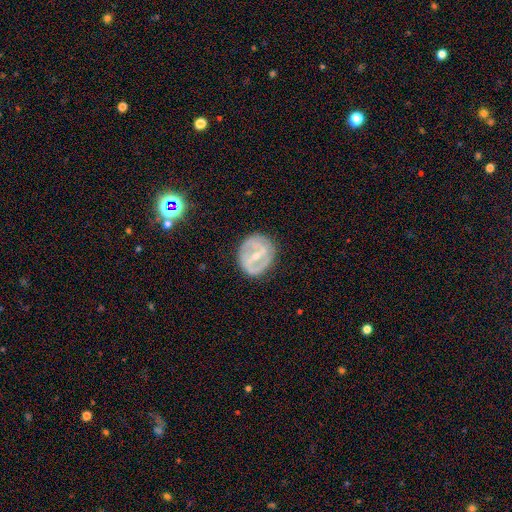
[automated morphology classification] type=featured or disk (77%); edge-on=no (96%); bar=strong (57%); spiral arms=yes (67%); bulge=small (62%); merging=none (81%).